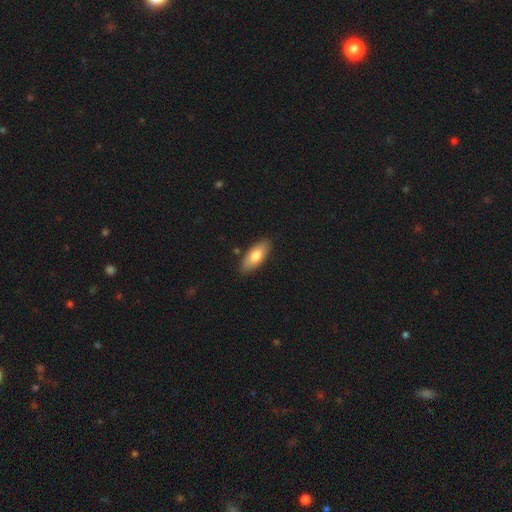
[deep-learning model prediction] This is likely a smooth galaxy (74%). How rounded: clearly in between (84%). Merging: clearly none (85%).